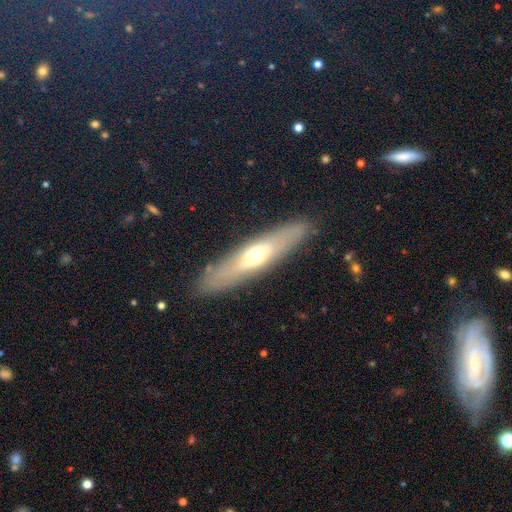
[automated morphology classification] Smooth or featured?
  - featured or disk: 48% *
  - smooth: 44%
  - star or artifact: 7%
Merging?
  - none: 86% *
  - minor disturbance: 9%
  - major disturbance: 3%
  - merger: 1%